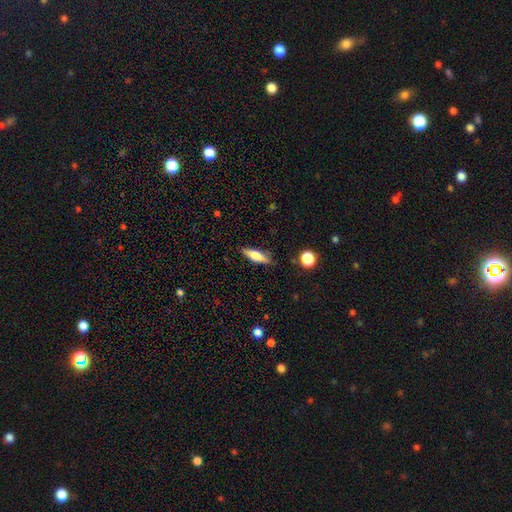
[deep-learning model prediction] Smooth or featured? smooth (56%)
How rounded? cigar-shaped (56%)
Merging? none (83%)